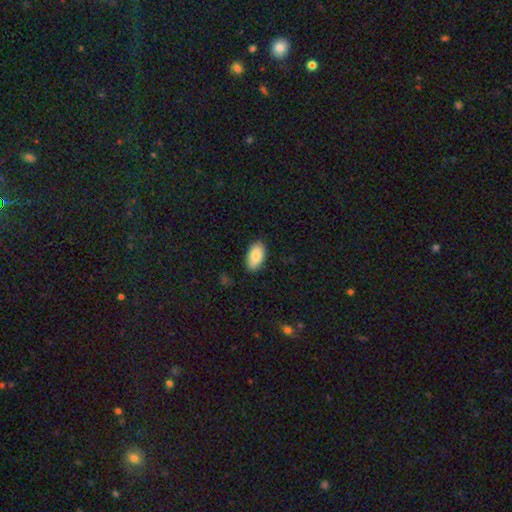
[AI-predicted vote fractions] A smooth galaxy with no disk features (85%) that is in between round and cigar-shaped (95%).

Vote fractions:
- Smooth or featured? smooth: 85% / featured or disk: 8% / star or artifact: 6%
- How rounded? in between: 95% / round: 3% / cigar-shaped: 2%
- Merging? none: 86% / minor disturbance: 11% / major disturbance: 2% / merger: 1%